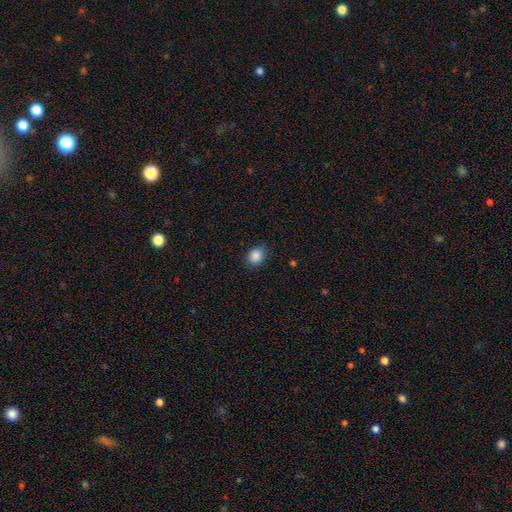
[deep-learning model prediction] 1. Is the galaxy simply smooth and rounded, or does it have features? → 87% smooth, 9% star or artifact, 4% featured or disk.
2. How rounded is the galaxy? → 51% round, 48% in between, 1% cigar-shaped.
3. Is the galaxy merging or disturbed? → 83% none, 13% minor disturbance, 3% major disturbance, 1% merger.